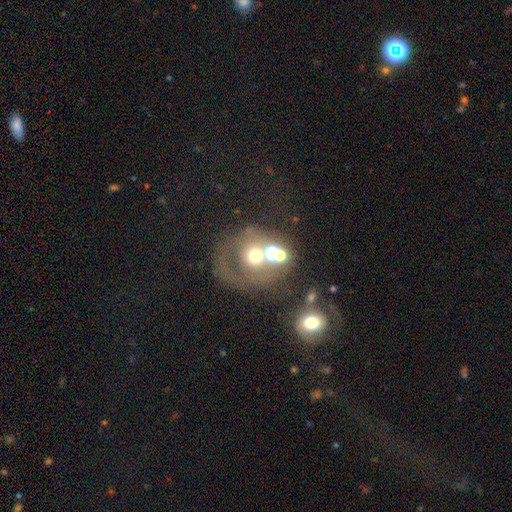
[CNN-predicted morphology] Smooth or featured? Predicted: smooth (p=0.42). Merging? Predicted: merger (p=0.34).